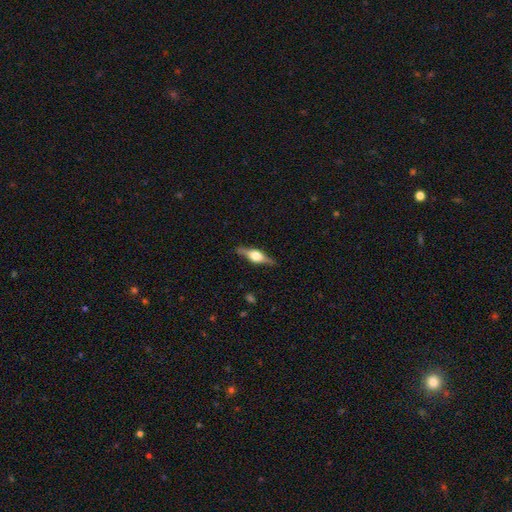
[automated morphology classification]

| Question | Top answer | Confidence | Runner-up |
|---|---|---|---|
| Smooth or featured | featured or disk | 73% | smooth (21%) |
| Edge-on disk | yes | 96% | no (4%) |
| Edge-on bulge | rounded | 91% | boxy (8%) |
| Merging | none | 86% | minor disturbance (10%) |